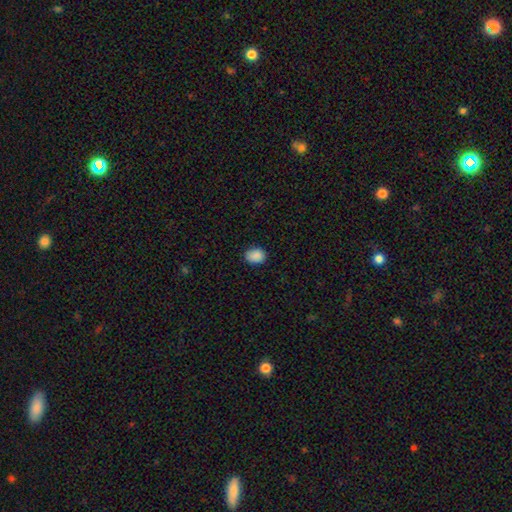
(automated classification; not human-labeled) Overall: smooth (89%). How rounded: in between (62%; round 37%). Merging: none (86%).